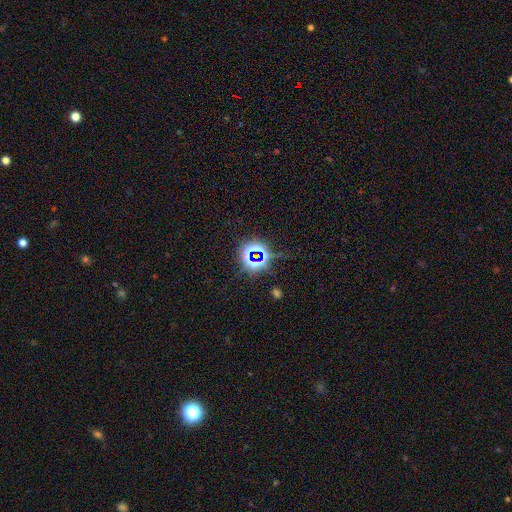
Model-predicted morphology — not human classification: The model was most divided on "smooth or featured": star or artifact: 77%, smooth: 15%, featured or disk: 9%.